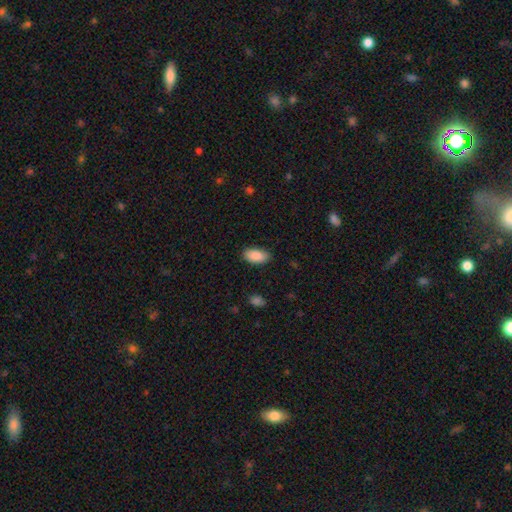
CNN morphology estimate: The model was most divided on "merging": none: 84%, minor disturbance: 12%, major disturbance: 3%, merger: 1%. More confident: how rounded — in between (94%); smooth or featured — smooth (90%).